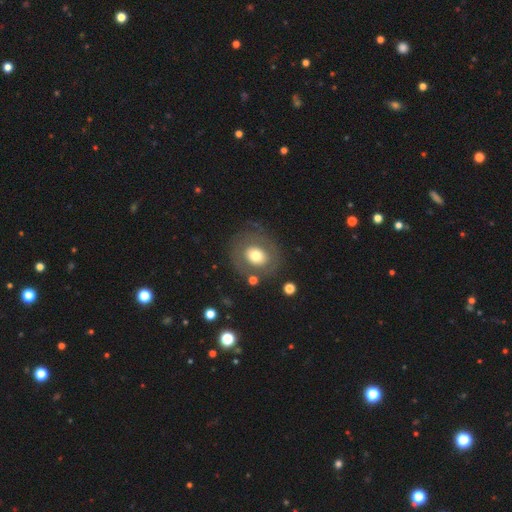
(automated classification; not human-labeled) smooth-or-featured: smooth: 58% | featured or disk: 34% | star or artifact: 9%
  how-rounded: round: 66% | in between: 33% | cigar-shaped: 1%
  merging: none: 77% | minor disturbance: 12% | major disturbance: 8% | merger: 3%